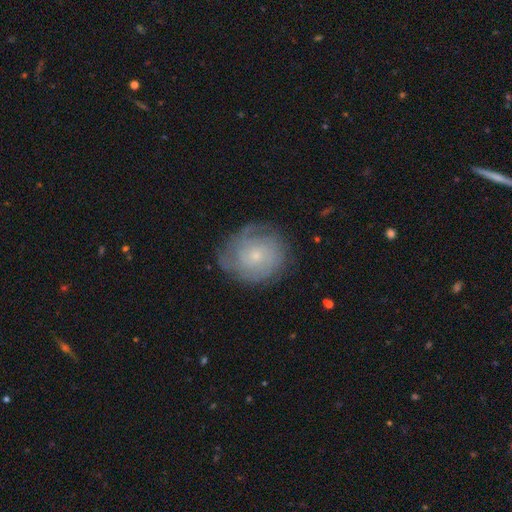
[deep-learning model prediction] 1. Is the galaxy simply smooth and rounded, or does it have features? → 57% featured or disk, 34% smooth, 9% star or artifact.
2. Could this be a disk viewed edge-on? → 97% no, 3% yes.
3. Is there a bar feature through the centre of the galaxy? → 82% no, 15% weak, 2% strong.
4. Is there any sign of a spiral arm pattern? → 80% yes, 20% no.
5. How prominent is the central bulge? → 75% small, 20% moderate, 3% none, 2% large, 1% dominant.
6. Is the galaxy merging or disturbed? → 75% none, 17% minor disturbance, 6% major disturbance, 1% merger.